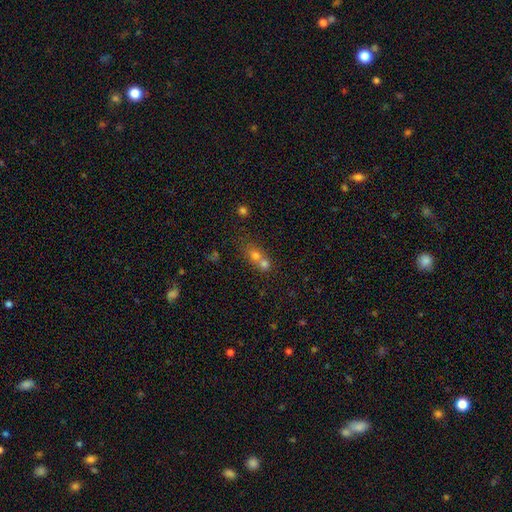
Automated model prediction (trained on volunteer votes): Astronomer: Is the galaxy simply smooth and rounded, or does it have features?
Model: smooth — 64%.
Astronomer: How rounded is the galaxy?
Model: round — 64%.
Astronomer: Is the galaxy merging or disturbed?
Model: merger — 64%.